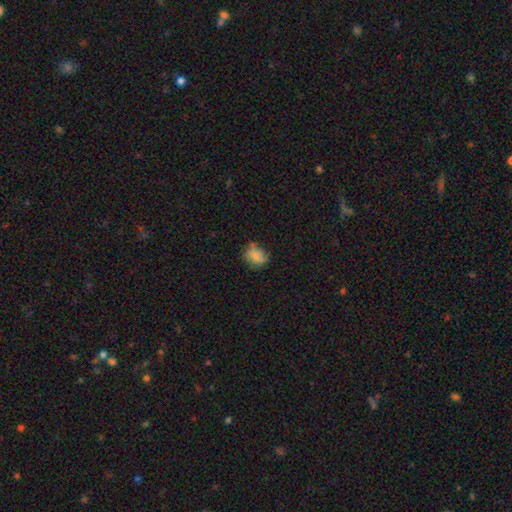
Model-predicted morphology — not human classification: A smooth galaxy with no disk features (72%) that is in between round and cigar-shaped (52%).

Vote fractions:
- Smooth or featured? smooth: 72% / featured or disk: 18% / star or artifact: 9%
- How rounded? in between: 52% / round: 46% / cigar-shaped: 1%
- Merging? none: 60% / minor disturbance: 29% / major disturbance: 8% / merger: 3%